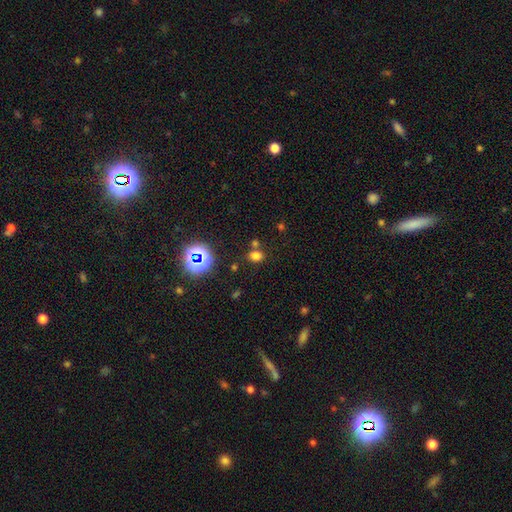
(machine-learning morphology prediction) smooth-or-featured: smooth: 68% | star or artifact: 25% | featured or disk: 7%
  how-rounded: round: 51% | in between: 48% | cigar-shaped: 1%
  merging: none: 68% | merger: 18% | minor disturbance: 10% | major disturbance: 4%